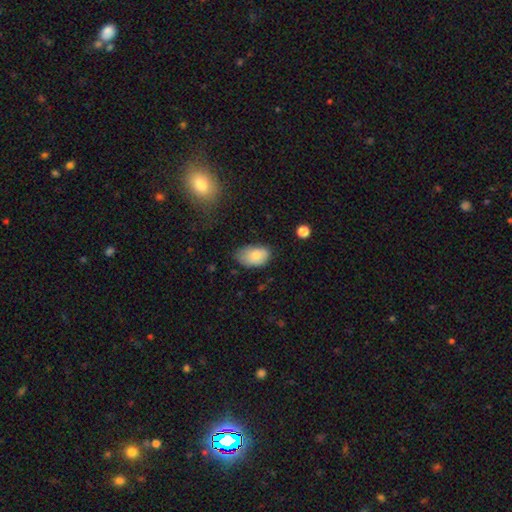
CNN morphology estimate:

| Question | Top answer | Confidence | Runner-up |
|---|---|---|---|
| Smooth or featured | smooth | 80% | featured or disk (12%) |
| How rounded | in between | 91% | round (8%) |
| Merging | none | 61% | minor disturbance (30%) |